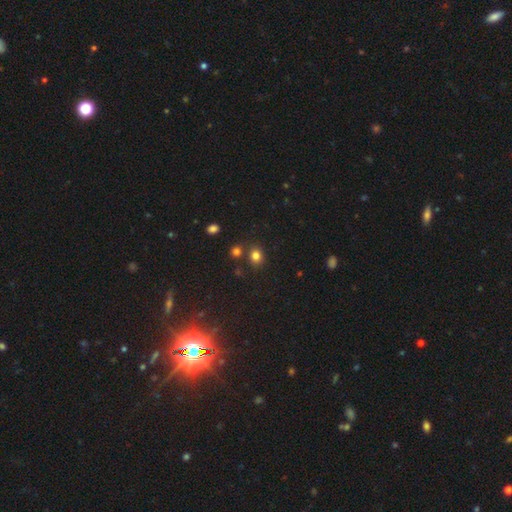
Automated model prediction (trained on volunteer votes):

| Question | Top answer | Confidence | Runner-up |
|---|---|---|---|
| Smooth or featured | smooth | 80% | star or artifact (14%) |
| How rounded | round | 69% | in between (30%) |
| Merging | none | 76% | merger (11%) |